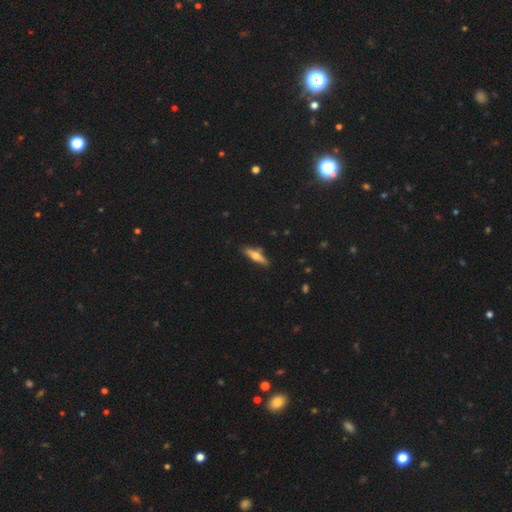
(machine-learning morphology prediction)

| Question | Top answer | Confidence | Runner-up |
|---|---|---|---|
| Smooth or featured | featured or disk | 52% | smooth (42%) |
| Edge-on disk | yes | 93% | no (7%) |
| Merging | none | 83% | minor disturbance (12%) |